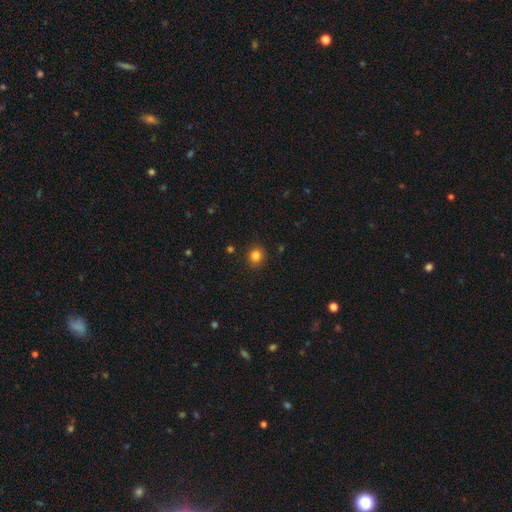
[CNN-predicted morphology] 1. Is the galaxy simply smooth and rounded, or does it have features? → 83% smooth, 12% star or artifact, 5% featured or disk.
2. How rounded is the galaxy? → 82% round, 17% in between, 1% cigar-shaped.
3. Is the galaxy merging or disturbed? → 90% none, 7% minor disturbance, 2% major disturbance, 1% merger.